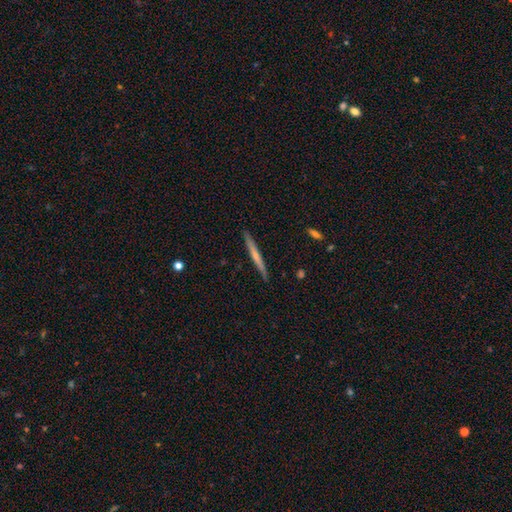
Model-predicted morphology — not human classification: smooth-or-featured: featured or disk: 48% | smooth: 46% | star or artifact: 6%
  merging: none: 89% | minor disturbance: 8% | major disturbance: 1% | merger: 1%